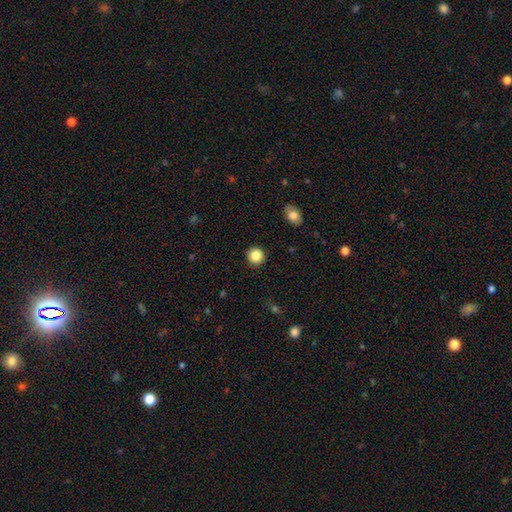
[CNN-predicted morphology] Smooth or featured: smooth — 86% (star or artifact — 10%)
How rounded: round — 93% (in between — 6%)
Merging: none — 92% (minor disturbance — 5%)